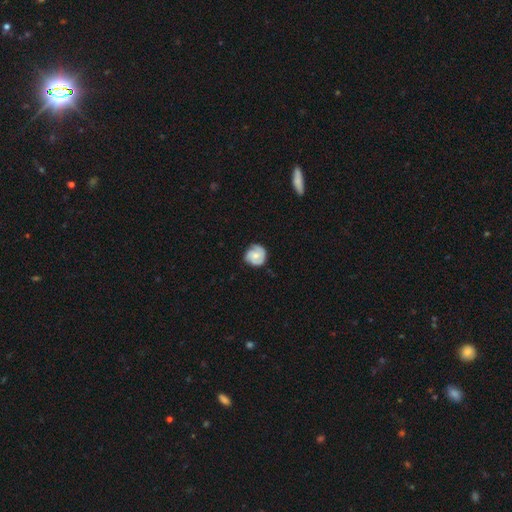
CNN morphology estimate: This is likely a featured or disk galaxy (61%). It is clearly not viewed edge-on (98%). Bar: likely no (70%). Spiral arm pattern: clearly yes (91%). Spiral arm count: marginally 2 (39%). Spiral winding: possibly tight (57%). Central bulge: possibly small (48%). Merging: likely none (71%).